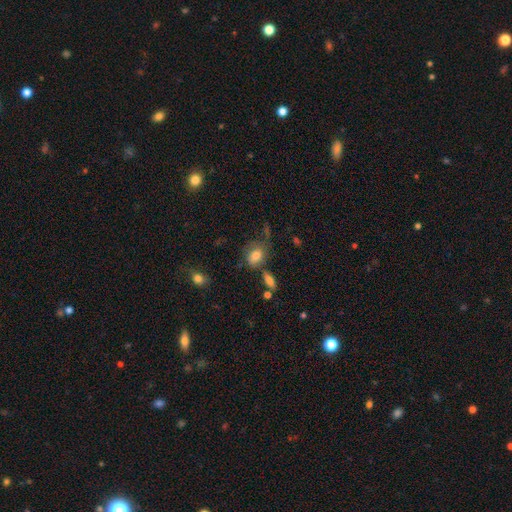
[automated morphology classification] Smooth or featured? smooth (73%)
How rounded? in between (60%)
Merging? none (50%)